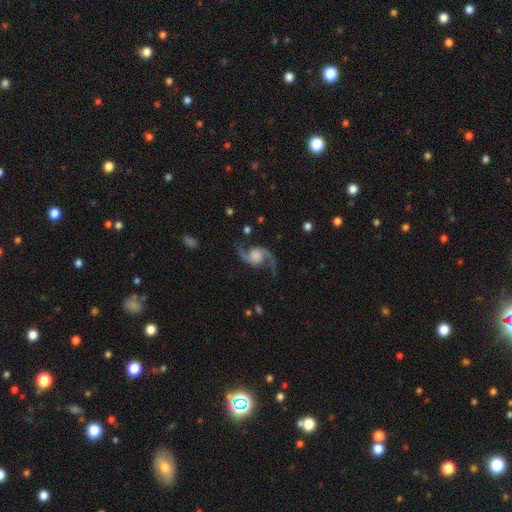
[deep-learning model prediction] The model was most divided on "bulge size": large: 34%, none: 30%, moderate: 17%, small: 11%, dominant: 8%. More confident: spiral arms — yes (98%); edge-on disk — no (98%); spiral arm count — 2 (95%); smooth or featured — featured or disk (91%); merging — none (80%); spiral winding — loose (69%); bar — no (63%).